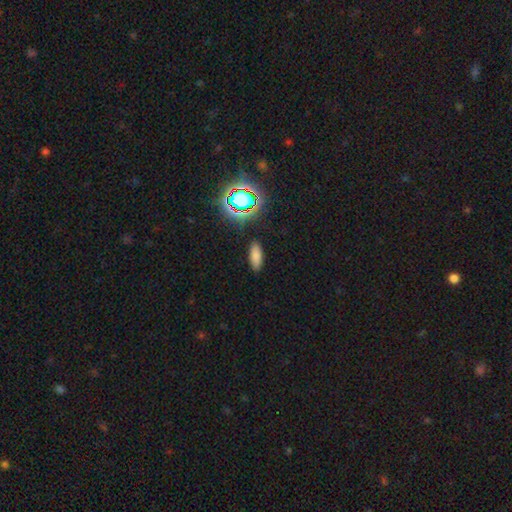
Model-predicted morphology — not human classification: Overall: smooth (74%). How rounded: in between (78%). Merging: none (87%).